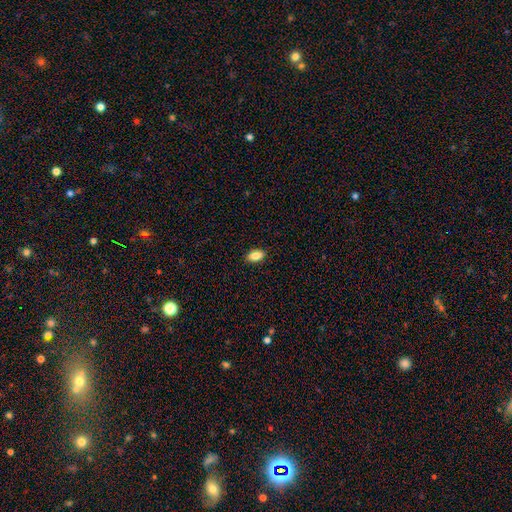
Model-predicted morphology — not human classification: smooth_or_featured: smooth (p=0.87) [alt: star or artifact p=0.08]
how_rounded: in between (p=0.91) [alt: round p=0.05]
merging: none (p=0.90) [alt: minor disturbance p=0.08]